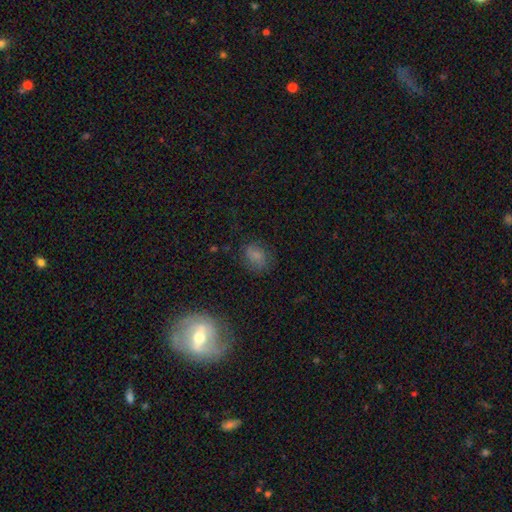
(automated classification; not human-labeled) This is likely a smooth galaxy (71%). How rounded: likely in between (68%). Merging: likely none (69%).